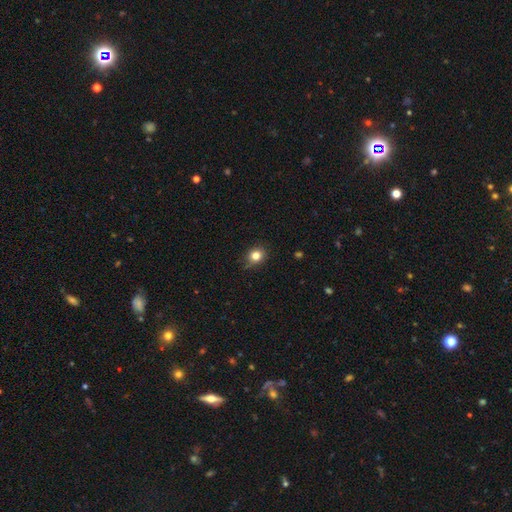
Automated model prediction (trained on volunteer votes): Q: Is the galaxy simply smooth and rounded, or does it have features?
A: smooth — 81%.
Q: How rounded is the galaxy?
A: round — 70%.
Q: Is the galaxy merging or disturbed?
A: none — 80%.